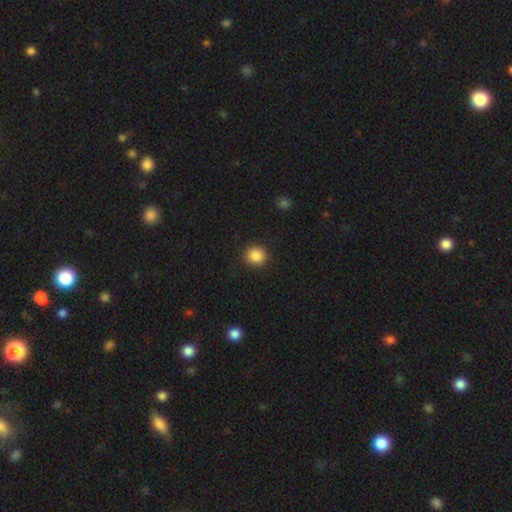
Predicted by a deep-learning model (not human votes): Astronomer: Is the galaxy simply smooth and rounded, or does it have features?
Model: smooth — 87%.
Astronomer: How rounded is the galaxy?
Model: round — 87%.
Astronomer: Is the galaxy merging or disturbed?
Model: none — 90%.